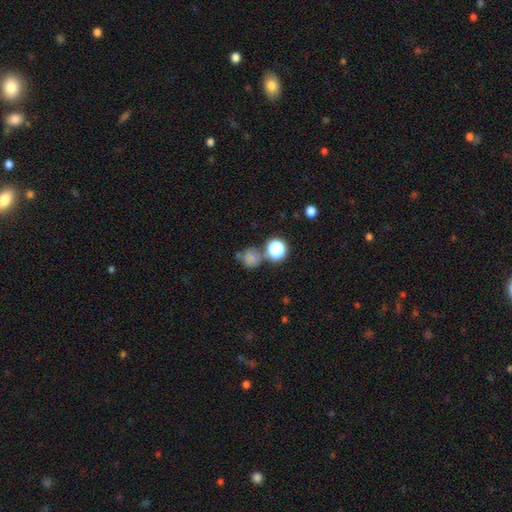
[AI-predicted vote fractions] The model was most divided on "smooth or featured": smooth: 51%, star or artifact: 39%, featured or disk: 10%. More confident: how rounded — round (87%); merging — none (66%).